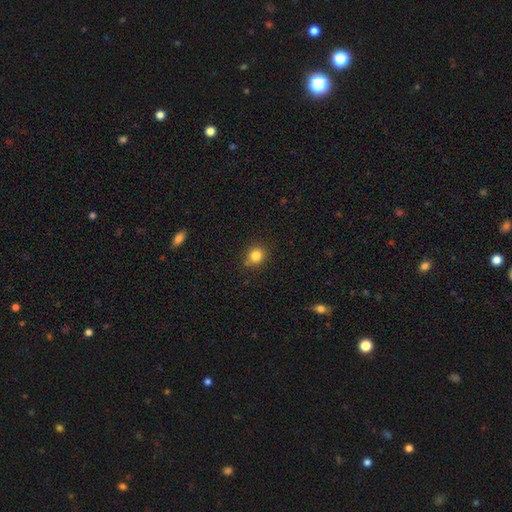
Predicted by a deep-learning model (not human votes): Overall: smooth (82%). How rounded: round (80%). Merging: none (79%).